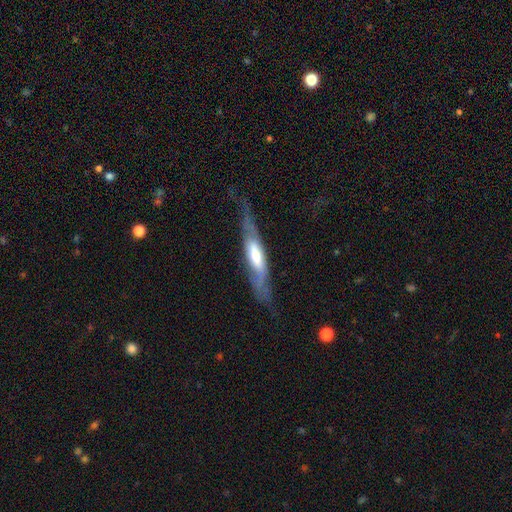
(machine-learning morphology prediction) This appears to be a featured or disk galaxy (62%) viewed edge-on (63%). Merging: none (50%).